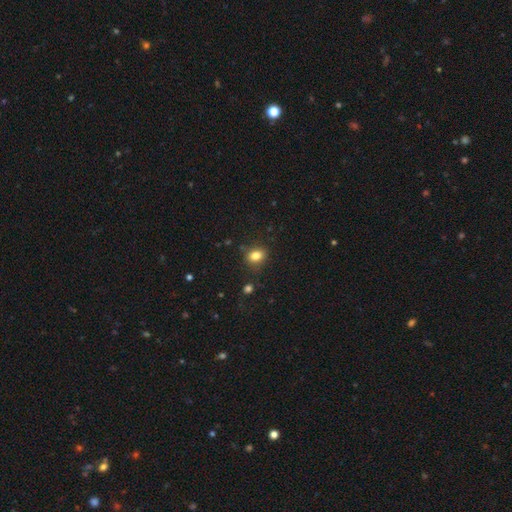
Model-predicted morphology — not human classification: This appears to be a smooth galaxy with no disk features (82%) that is in between round and cigar-shaped (55%). Merging: none (80%).